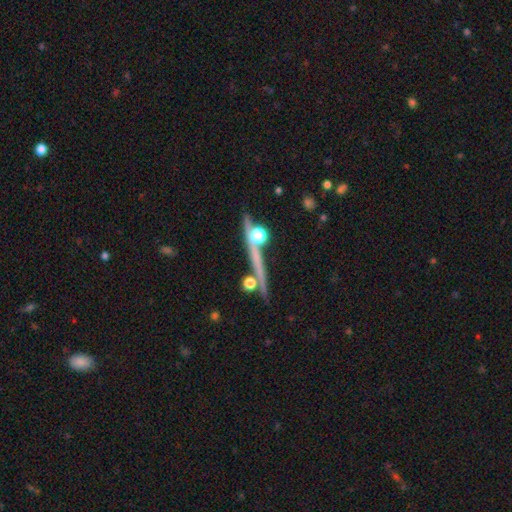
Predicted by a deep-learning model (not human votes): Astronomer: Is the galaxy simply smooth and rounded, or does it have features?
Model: featured or disk — 57%.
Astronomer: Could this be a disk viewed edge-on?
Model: yes — 87%.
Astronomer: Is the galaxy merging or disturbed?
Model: none — 65%.